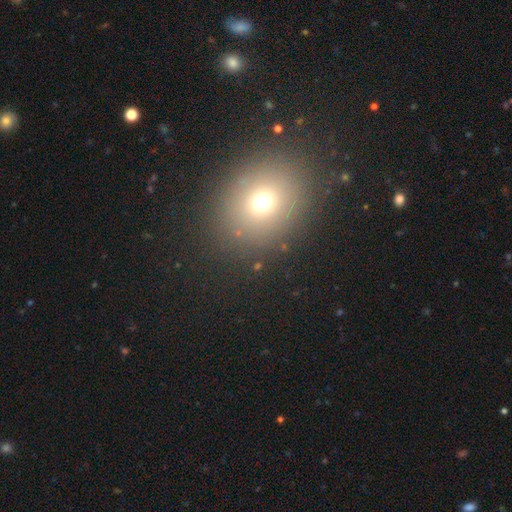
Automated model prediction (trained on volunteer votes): The model was most divided on "how rounded": round: 59%, in between: 40%, cigar-shaped: 1%. More confident: merging — none (88%); smooth or featured — smooth (68%).